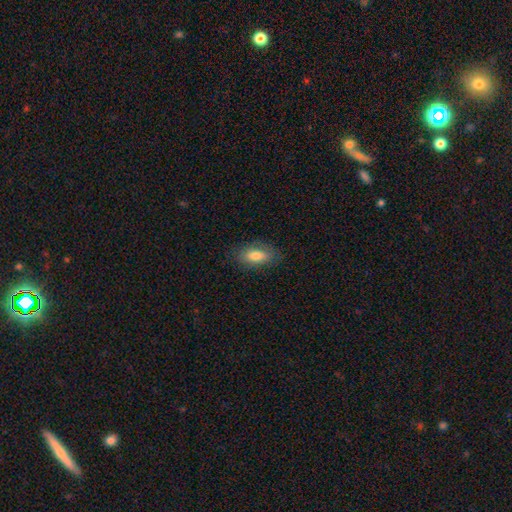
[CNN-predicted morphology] Smooth or featured?
  - smooth: 78% *
  - featured or disk: 15%
  - star or artifact: 7%
How rounded?
  - in between: 86% *
  - cigar-shaped: 10%
  - round: 4%
Merging?
  - none: 82% *
  - minor disturbance: 14%
  - major disturbance: 4%
  - merger: 1%